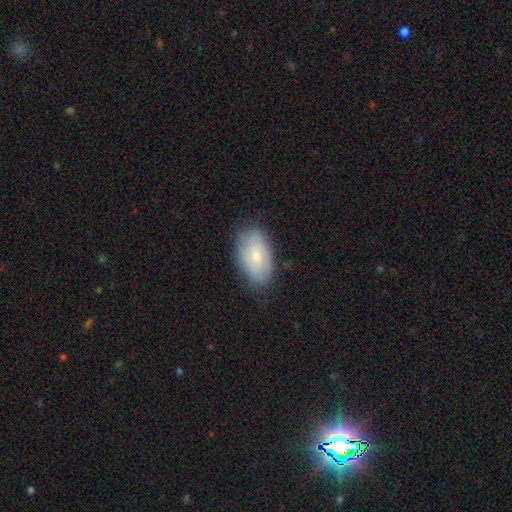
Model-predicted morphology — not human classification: smooth_or_featured: smooth (p=0.66) [alt: featured or disk p=0.27]
how_rounded: in between (p=0.93) [alt: round p=0.05]
merging: none (p=0.77) [alt: minor disturbance p=0.18]